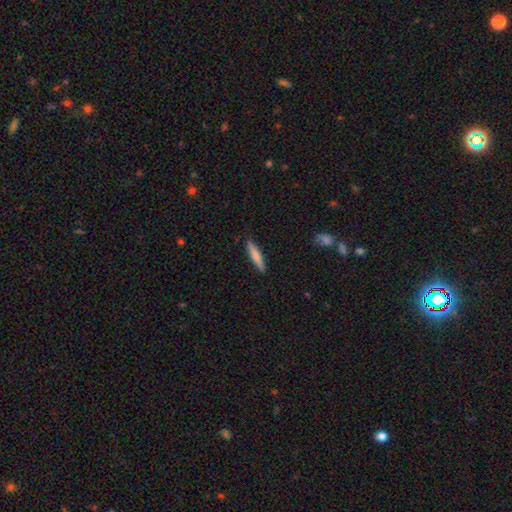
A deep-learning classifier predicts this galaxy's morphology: A smooth galaxy with no disk features (74%) that is cigar-shaped (89%). Merging: none (89%).